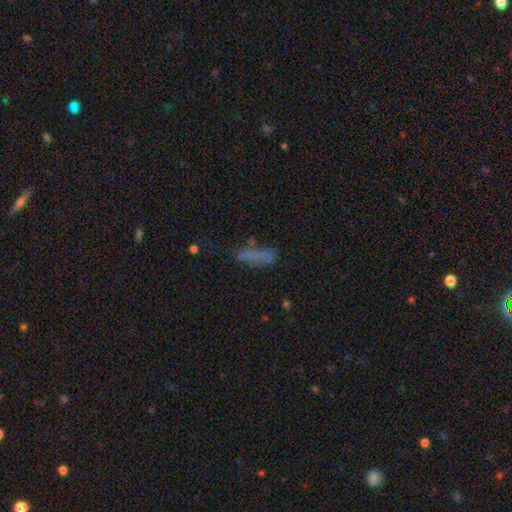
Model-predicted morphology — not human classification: This appears to be a smooth galaxy with no disk features (66%) that is cigar-shaped (69%). Merging: none (58%).